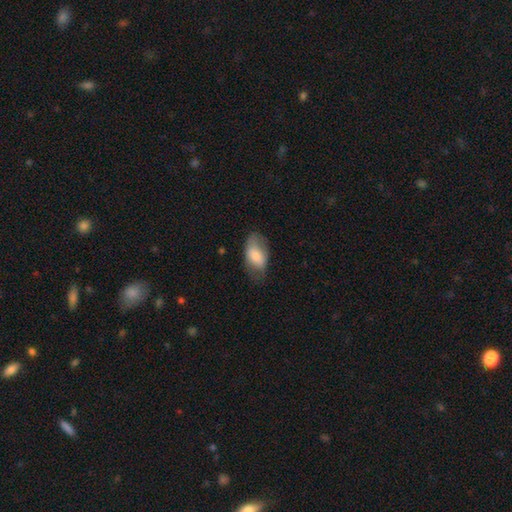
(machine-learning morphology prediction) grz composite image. It shows a smooth galaxy with no disk features (72%) that is in between round and cigar-shaped (92%). Merging: none (62%).